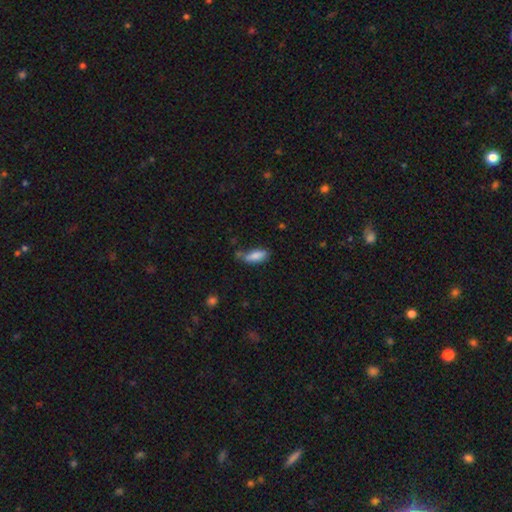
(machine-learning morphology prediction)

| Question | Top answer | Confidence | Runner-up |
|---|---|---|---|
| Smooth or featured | smooth | 83% | featured or disk (9%) |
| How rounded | in between | 75% | cigar-shaped (22%) |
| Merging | none | 58% | minor disturbance (26%) |